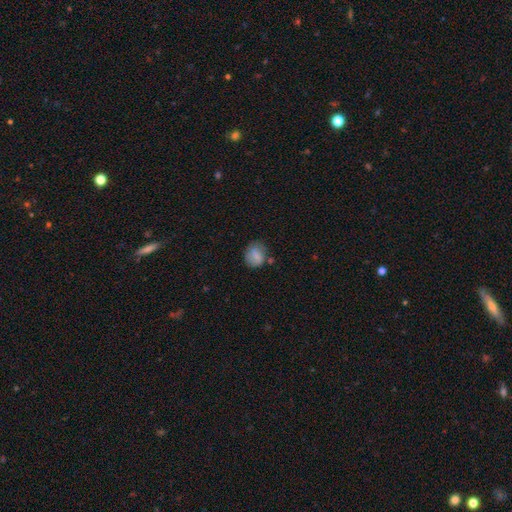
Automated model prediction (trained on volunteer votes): Overall: smooth (75%). How rounded: round (65%; in between 34%). Merging: none (63%; minor disturbance 23%).